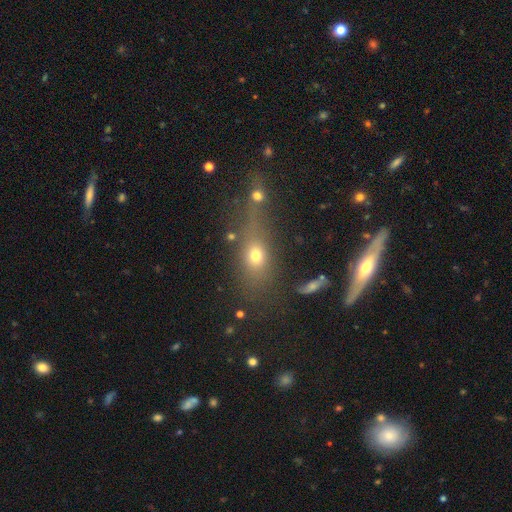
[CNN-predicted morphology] Q: Smooth or featured?
A: smooth (66%); runner-up: star or artifact (17%)
Q: How rounded?
A: in between (55%); runner-up: round (33%)
Q: Merging?
A: none (46%); runner-up: merger (28%)